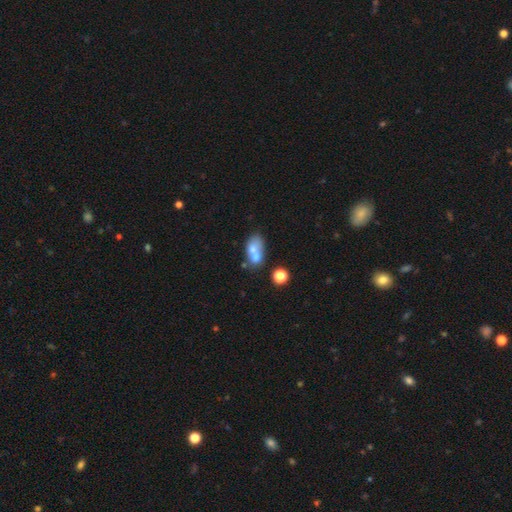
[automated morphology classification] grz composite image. It shows a smooth galaxy with no disk features (61%) that is in between round and cigar-shaped (70%). Merging: merger (61%).